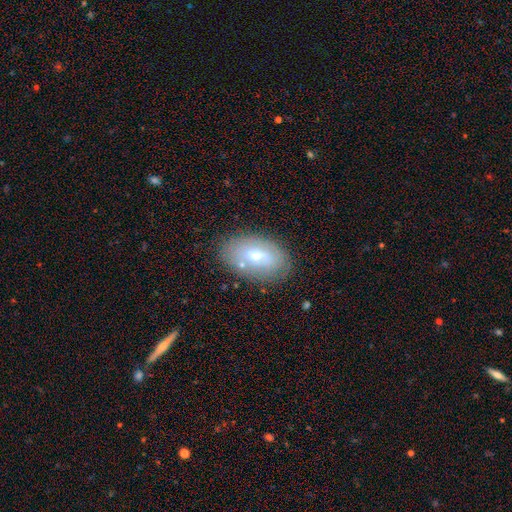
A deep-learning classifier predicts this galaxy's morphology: type=smooth (54%); roundness=in between (92%); merging=none (76%).